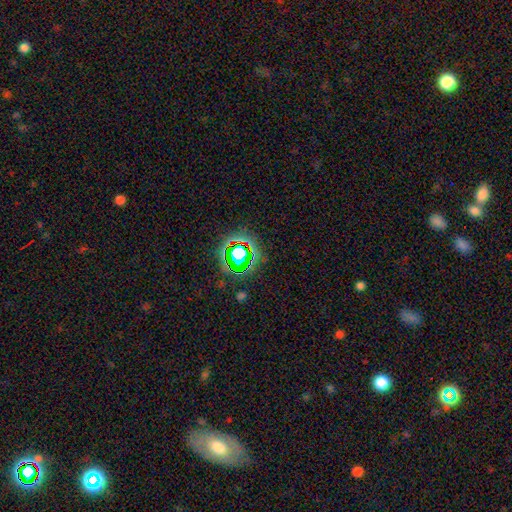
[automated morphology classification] Smooth or featured: star or artifact — 75% (smooth — 15%)